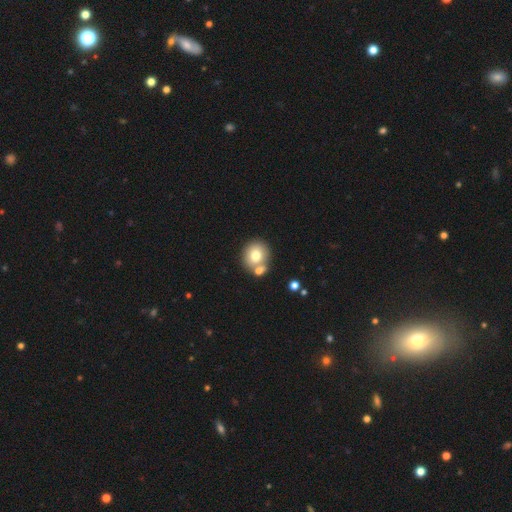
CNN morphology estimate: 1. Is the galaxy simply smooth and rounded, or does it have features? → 74% smooth, 16% featured or disk, 10% star or artifact.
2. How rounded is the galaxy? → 83% round, 16% in between, 1% cigar-shaped.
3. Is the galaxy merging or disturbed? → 58% none, 29% merger, 9% minor disturbance, 3% major disturbance.